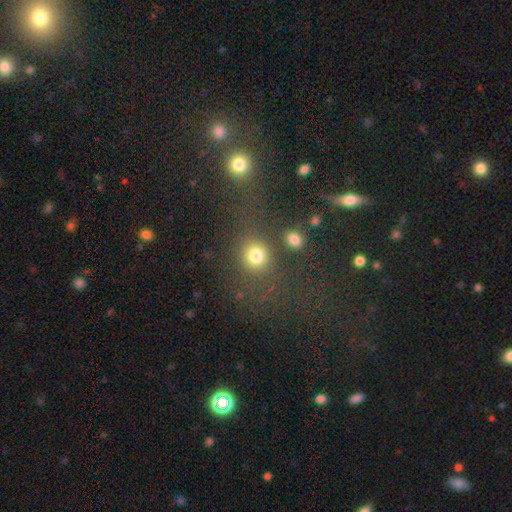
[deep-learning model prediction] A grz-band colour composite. It shows a smooth galaxy with no disk features (76%) that is round (77%). Merging: none (68%).